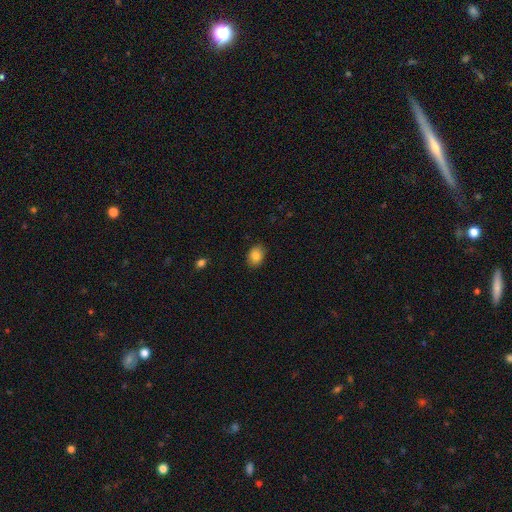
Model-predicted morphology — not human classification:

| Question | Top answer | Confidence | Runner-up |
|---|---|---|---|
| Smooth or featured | smooth | 84% | star or artifact (9%) |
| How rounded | in between | 73% | round (26%) |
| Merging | none | 88% | minor disturbance (9%) |